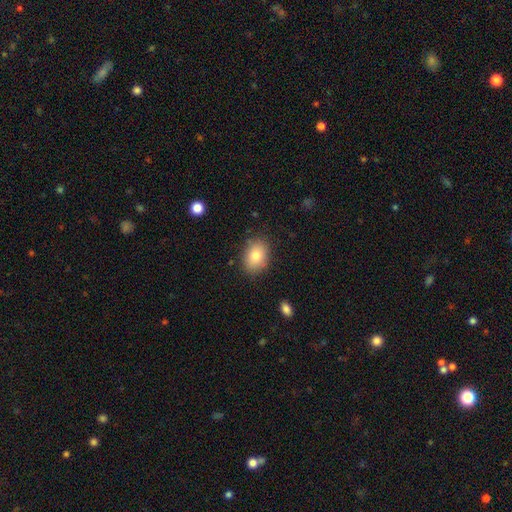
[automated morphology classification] type=smooth (82%); roundness=in between (72%); merging=none (84%).